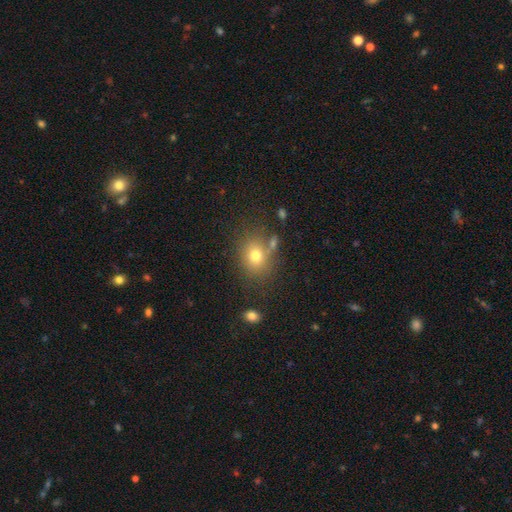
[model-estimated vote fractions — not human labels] Morphology: type=smooth (74%); roundness=round (61%); merging=none (69%).